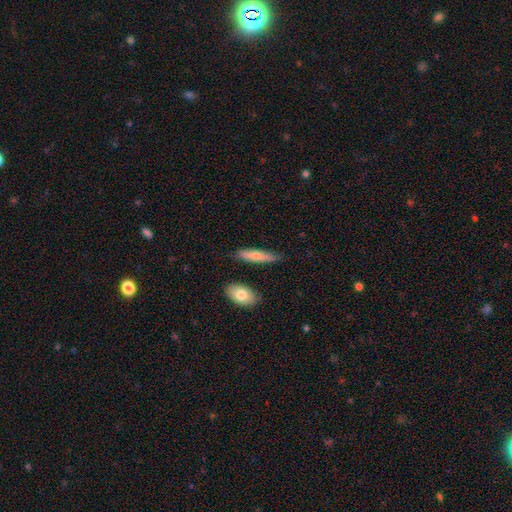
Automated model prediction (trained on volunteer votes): Smooth or featured: smooth — 66% (featured or disk — 28%)
How rounded: cigar-shaped — 78% (in between — 20%)
Merging: none — 82% (minor disturbance — 12%)